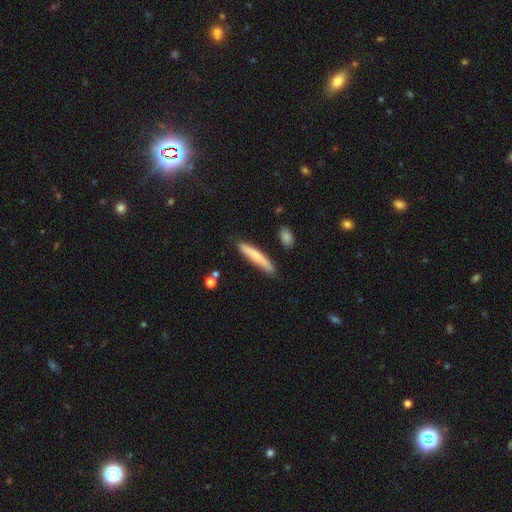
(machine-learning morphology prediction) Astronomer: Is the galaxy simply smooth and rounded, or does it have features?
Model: smooth — 71%.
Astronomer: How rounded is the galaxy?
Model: cigar-shaped — 90%.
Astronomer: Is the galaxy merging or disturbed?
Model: none — 84%.